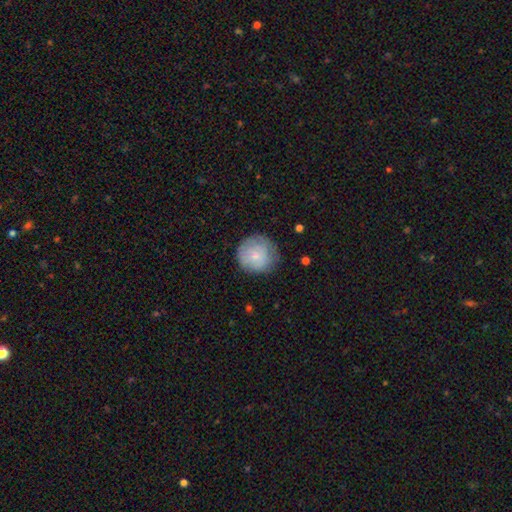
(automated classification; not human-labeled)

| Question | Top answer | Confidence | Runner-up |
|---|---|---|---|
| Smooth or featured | smooth | 75% | featured or disk (18%) |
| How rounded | round | 93% | in between (6%) |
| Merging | none | 74% | minor disturbance (19%) |